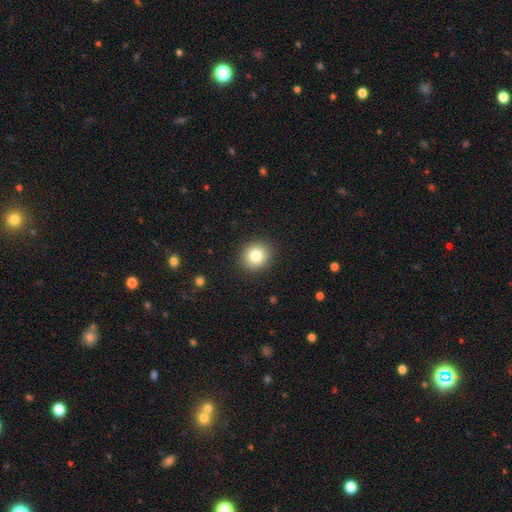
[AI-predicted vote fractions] Q: Smooth or featured?
A: smooth (82%); runner-up: star or artifact (10%)
Q: How rounded?
A: round (81%); runner-up: in between (18%)
Q: Merging?
A: none (90%); runner-up: minor disturbance (6%)